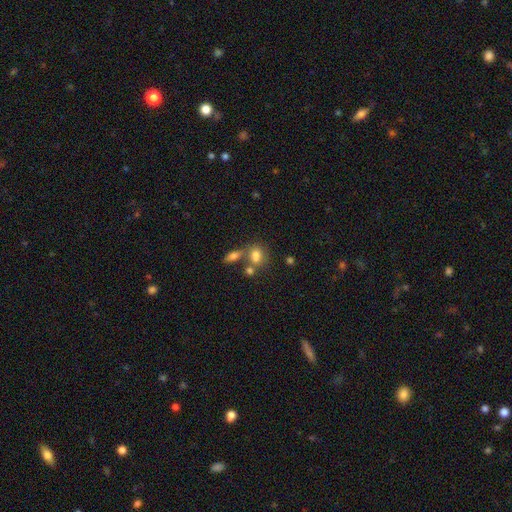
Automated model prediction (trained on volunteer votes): Smooth or featured: smooth — 75% (featured or disk — 12%)
How rounded: in between — 61% (round — 36%)
Merging: none — 44% (merger — 37%)